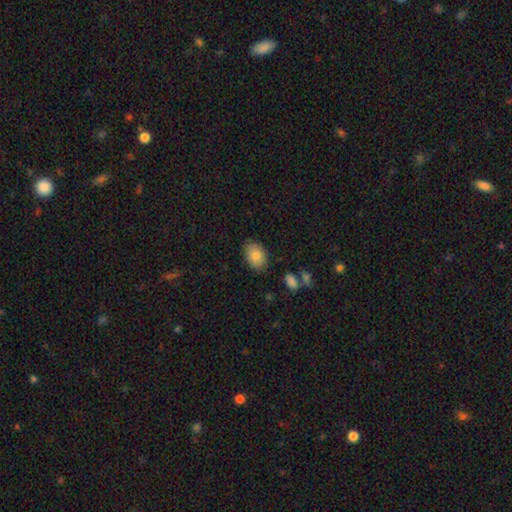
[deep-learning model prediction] Morphology: type=smooth (82%); roundness=in between (81%); merging=none (82%).